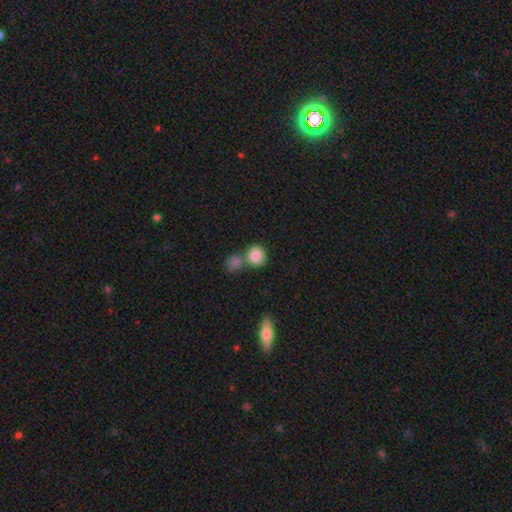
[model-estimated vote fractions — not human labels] Smooth or featured: smooth — 85% (star or artifact — 8%)
How rounded: round — 75% (in between — 24%)
Merging: none — 48% (merger — 38%)